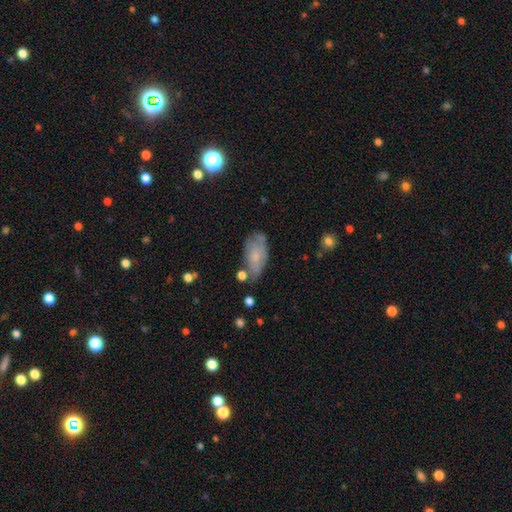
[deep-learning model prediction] Smooth or featured? smooth (58%)
How rounded? in between (89%)
Merging? none (55%)